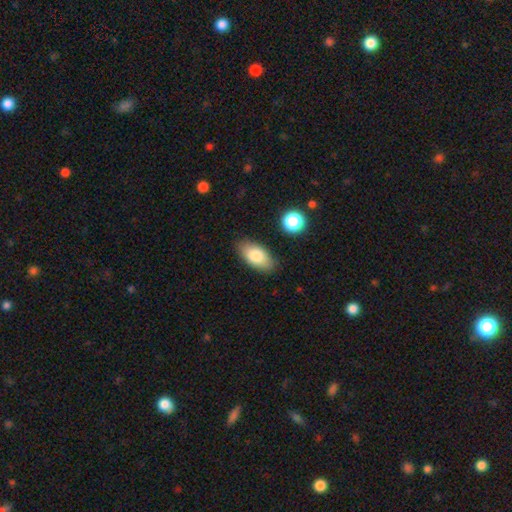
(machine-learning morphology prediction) Smooth or featured? Predicted: smooth (p=0.81). How rounded? Predicted: in between (p=0.92). Merging? Predicted: none (p=0.84).